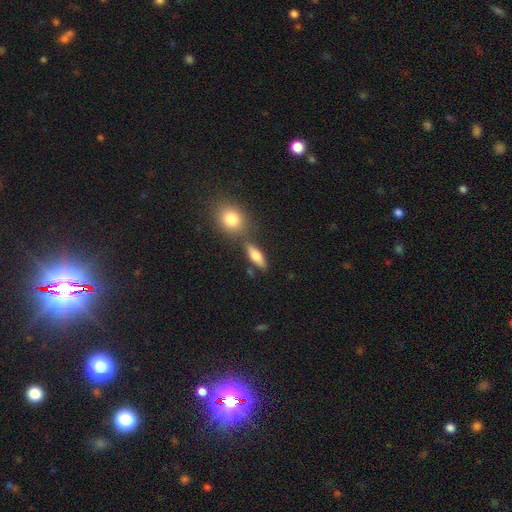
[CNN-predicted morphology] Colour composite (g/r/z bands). It shows a smooth galaxy with no disk features (72%) that is in between round and cigar-shaped (65%). Merging: none (69%).